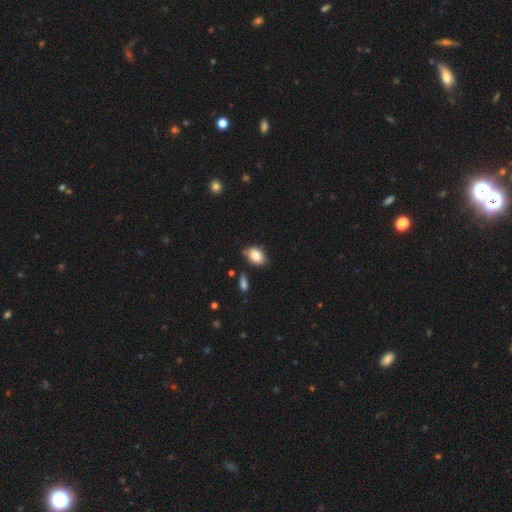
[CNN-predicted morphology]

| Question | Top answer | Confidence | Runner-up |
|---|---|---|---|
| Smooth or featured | smooth | 84% | featured or disk (8%) |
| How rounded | in between | 80% | round (19%) |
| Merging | none | 75% | minor disturbance (18%) |